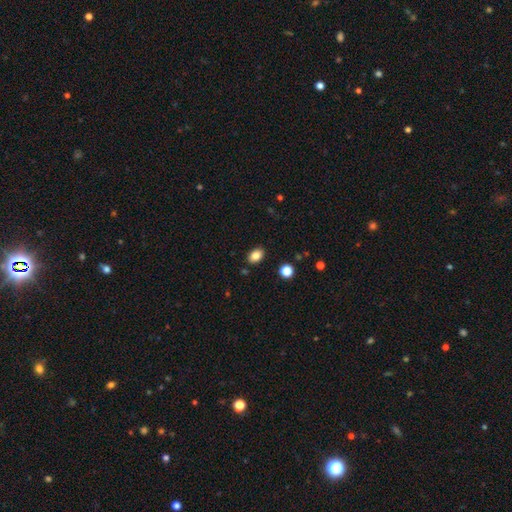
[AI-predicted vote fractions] A smooth galaxy with no disk features (84%) that is in between round and cigar-shaped (79%). Merging: none (87%).